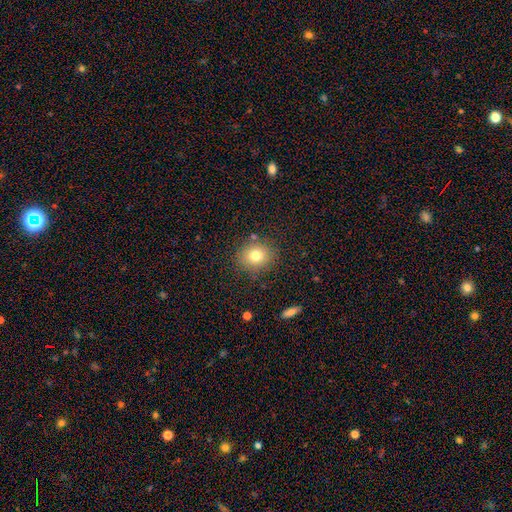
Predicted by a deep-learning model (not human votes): Smooth or featured: smooth — 76% (star or artifact — 13%)
How rounded: round — 75% (in between — 24%)
Merging: none — 84% (minor disturbance — 10%)